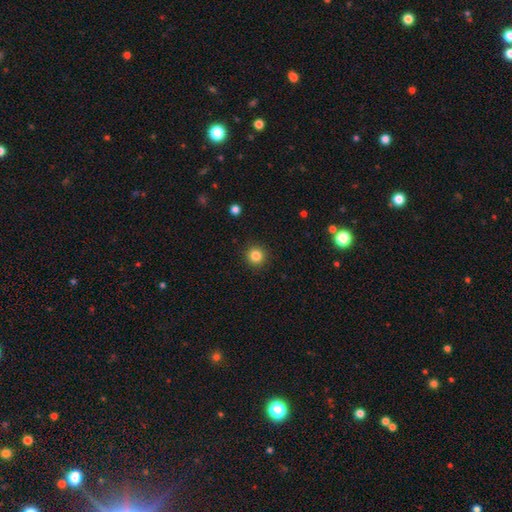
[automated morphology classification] The model was most divided on "smooth or featured": smooth: 84%, star or artifact: 12%, featured or disk: 5%. More confident: how rounded — round (94%); merging — none (92%).